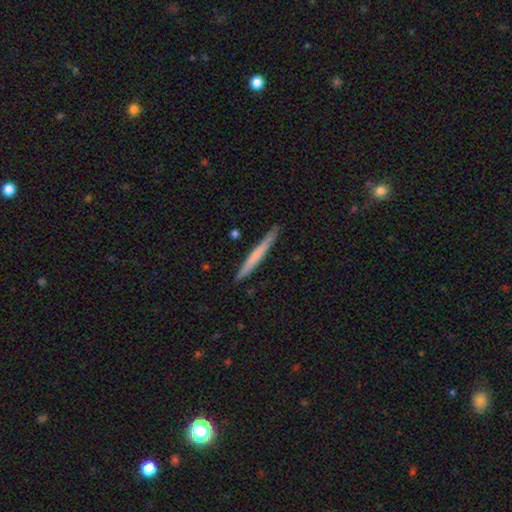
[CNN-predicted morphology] smooth-or-featured: smooth: 59% | featured or disk: 36% | star or artifact: 5%
  how-rounded: cigar-shaped: 97% | in between: 2% | round: 1%
  merging: none: 90% | minor disturbance: 7% | merger: 1% | major disturbance: 1%